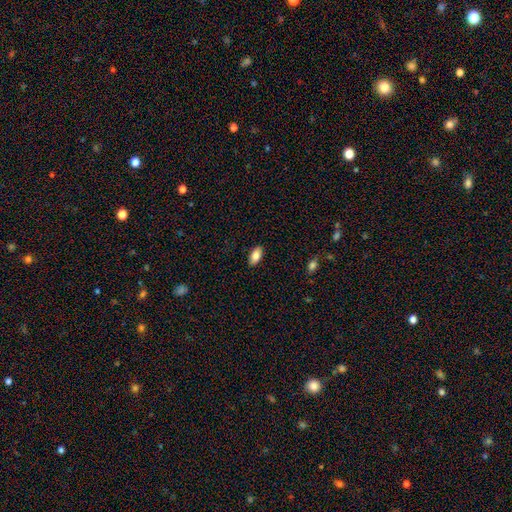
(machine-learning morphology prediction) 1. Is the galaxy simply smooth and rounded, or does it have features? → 84% smooth, 9% featured or disk, 7% star or artifact.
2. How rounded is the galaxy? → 92% in between, 5% cigar-shaped, 3% round.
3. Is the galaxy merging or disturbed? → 89% none, 8% minor disturbance, 2% major disturbance, 1% merger.